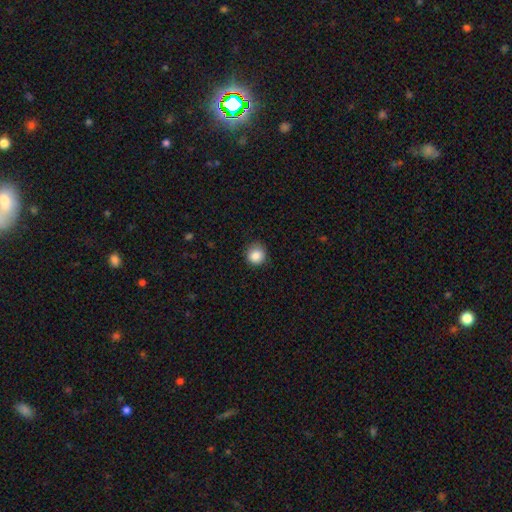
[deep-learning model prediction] Overall: smooth (87%). How rounded: round (90%). Merging: none (80%).